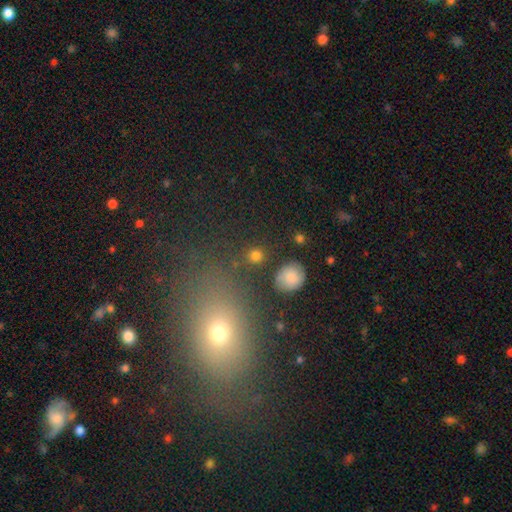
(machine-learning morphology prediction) This appears to be a smooth galaxy with no disk features (80%) that is round (86%). Merging: none (83%).